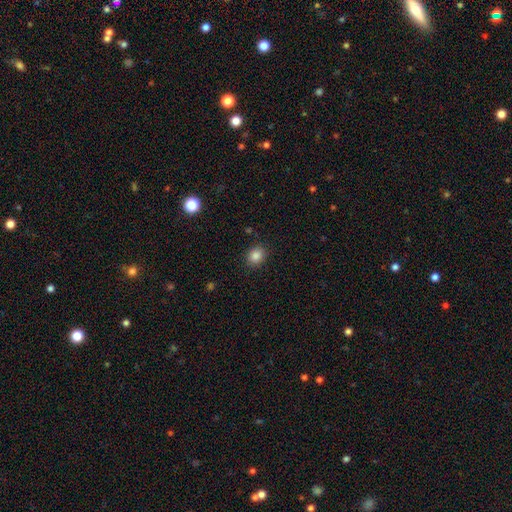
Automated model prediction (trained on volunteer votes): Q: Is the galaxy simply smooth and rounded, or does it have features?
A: smooth — 85%.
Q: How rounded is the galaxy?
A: round — 57%.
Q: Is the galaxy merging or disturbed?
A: none — 88%.